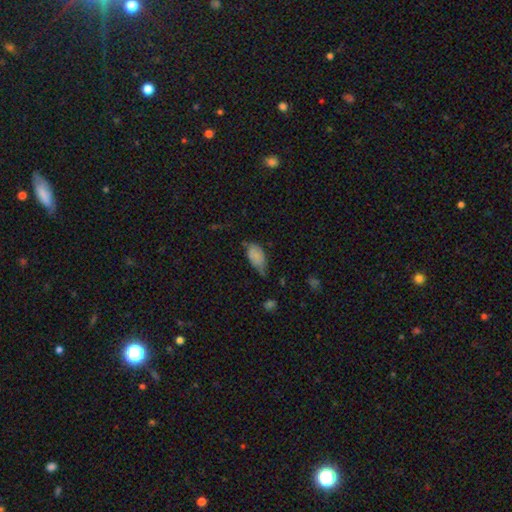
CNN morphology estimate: A smooth galaxy with no disk features (76%) that is in between round and cigar-shaped (93%).

Vote fractions:
- Smooth or featured? smooth: 76% / featured or disk: 15% / star or artifact: 9%
- How rounded? in between: 93% / round: 5% / cigar-shaped: 3%
- Merging? minor disturbance: 46% / none: 35% / major disturbance: 15% / merger: 5%